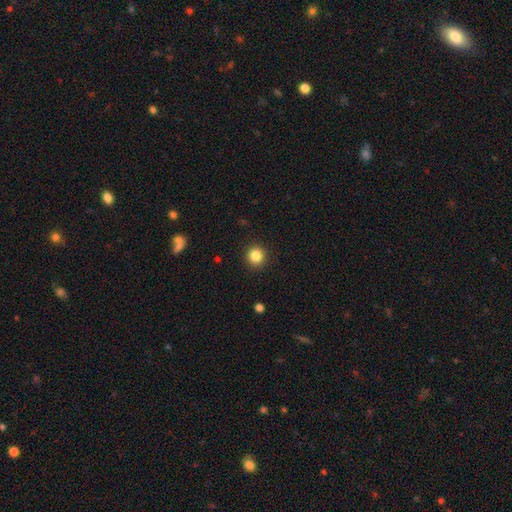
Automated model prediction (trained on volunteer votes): The model was most divided on "smooth or featured": smooth: 84%, star or artifact: 11%, featured or disk: 5%. More confident: how rounded — round (94%); merging — none (92%).